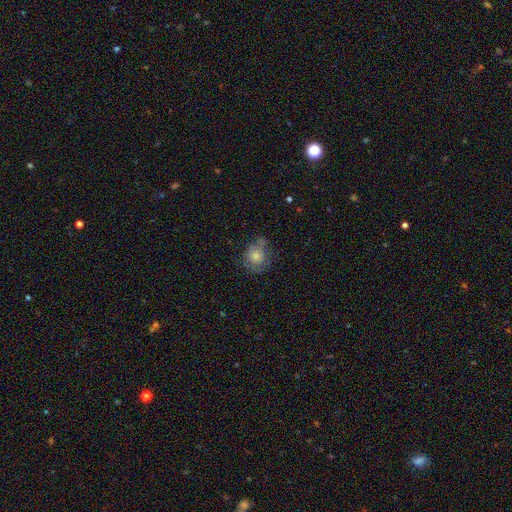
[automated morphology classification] This appears to be a smooth galaxy with no disk features (53%) that is round (78%). Merging: none (61%).